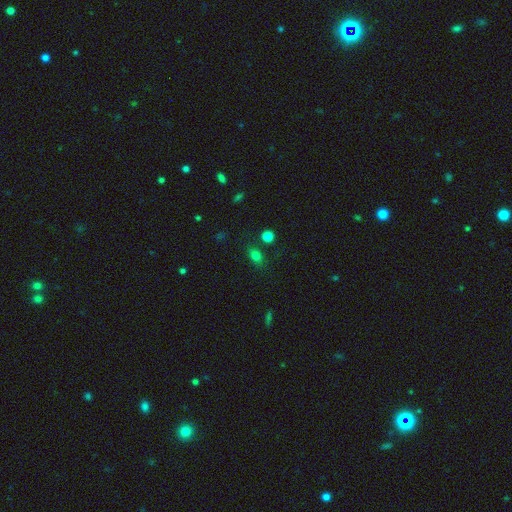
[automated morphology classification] The model was most divided on "how rounded": in between: 62%, round: 36%, cigar-shaped: 3%. More confident: smooth or featured — smooth (78%); merging — none (76%).